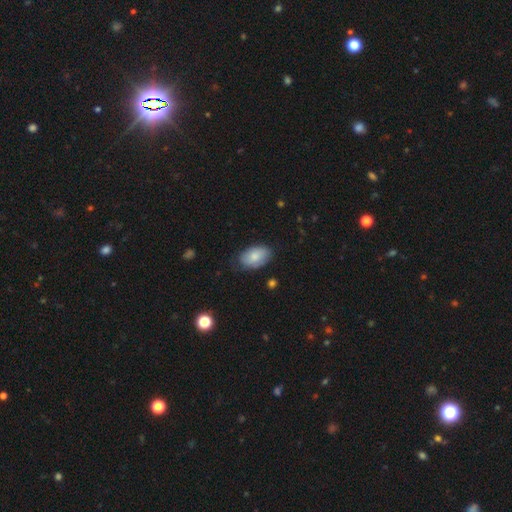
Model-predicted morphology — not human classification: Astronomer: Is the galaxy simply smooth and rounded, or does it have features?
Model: smooth — 81%.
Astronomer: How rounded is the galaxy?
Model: in between — 92%.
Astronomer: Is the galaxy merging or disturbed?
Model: none — 73%.